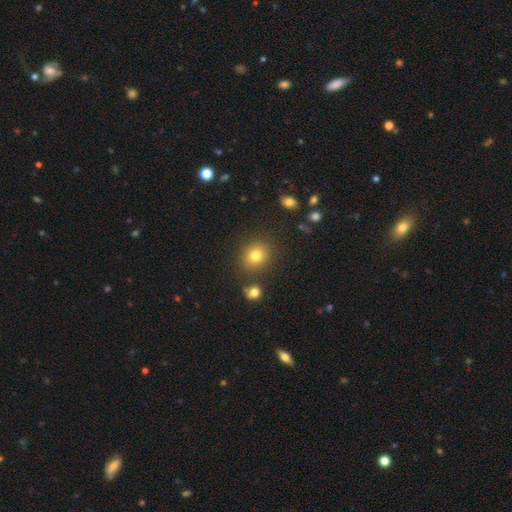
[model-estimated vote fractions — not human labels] This appears to be a smooth galaxy with no disk features (79%) that is round (73%). Merging: none (84%).